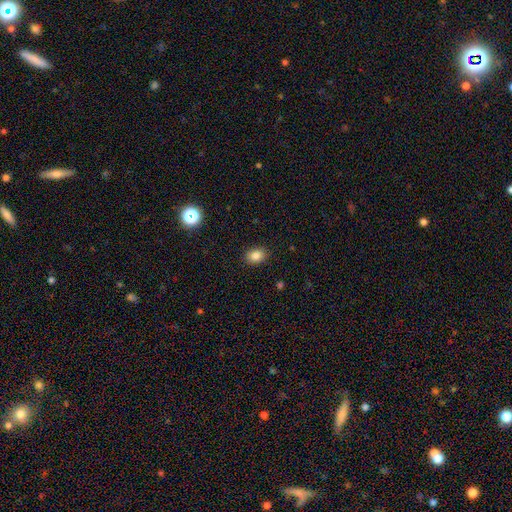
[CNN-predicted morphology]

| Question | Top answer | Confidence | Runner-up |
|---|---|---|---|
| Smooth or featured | smooth | 84% | star or artifact (10%) |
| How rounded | in between | 68% | round (31%) |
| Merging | none | 88% | minor disturbance (9%) |